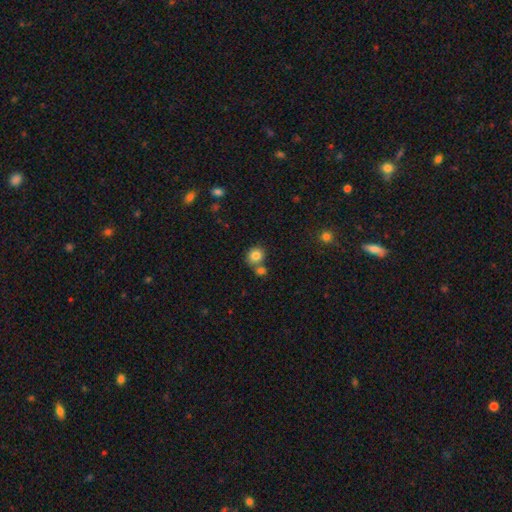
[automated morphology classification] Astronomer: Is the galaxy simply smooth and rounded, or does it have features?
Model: smooth — 82%.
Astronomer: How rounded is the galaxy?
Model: round — 82%.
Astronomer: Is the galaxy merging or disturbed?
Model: none — 59%.